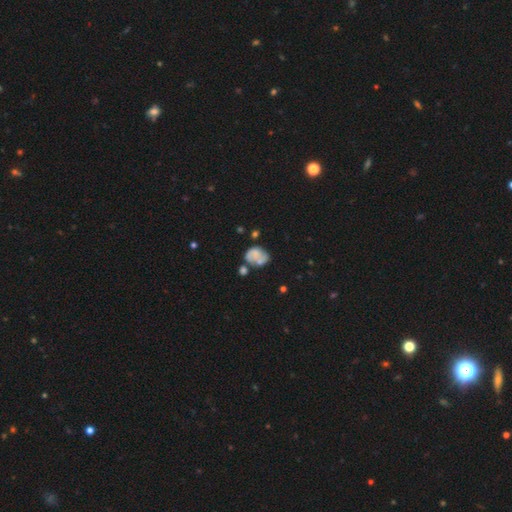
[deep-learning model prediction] Smooth or featured?
  - smooth: 52% *
  - featured or disk: 37%
  - star or artifact: 10%
How rounded?
  - in between: 65% *
  - round: 34%
  - cigar-shaped: 1%
Merging?
  - none: 38% *
  - minor disturbance: 25%
  - merger: 23%
  - major disturbance: 14%